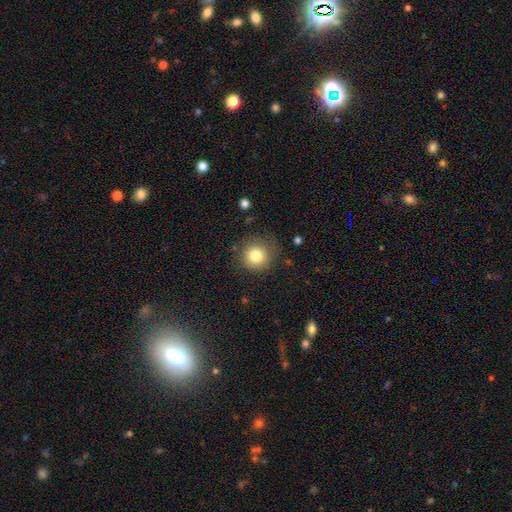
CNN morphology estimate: smooth-or-featured: smooth: 81% | star or artifact: 11% | featured or disk: 8%
  how-rounded: round: 92% | in between: 7% | cigar-shaped: 1%
  merging: none: 82% | minor disturbance: 12% | major disturbance: 4% | merger: 1%